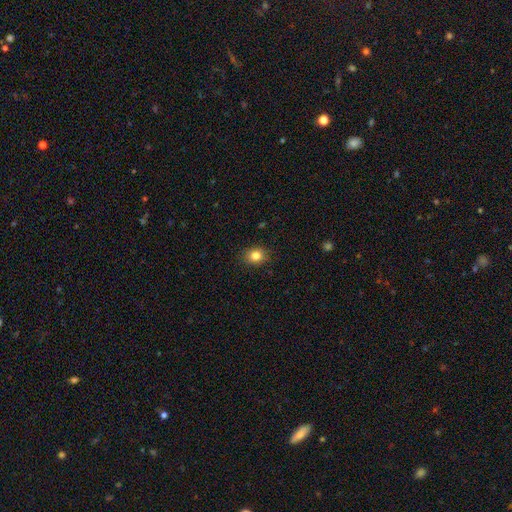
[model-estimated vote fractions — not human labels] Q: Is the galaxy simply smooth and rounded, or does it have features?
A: smooth — 83%.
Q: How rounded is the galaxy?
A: round — 60%.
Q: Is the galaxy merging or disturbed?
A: none — 89%.